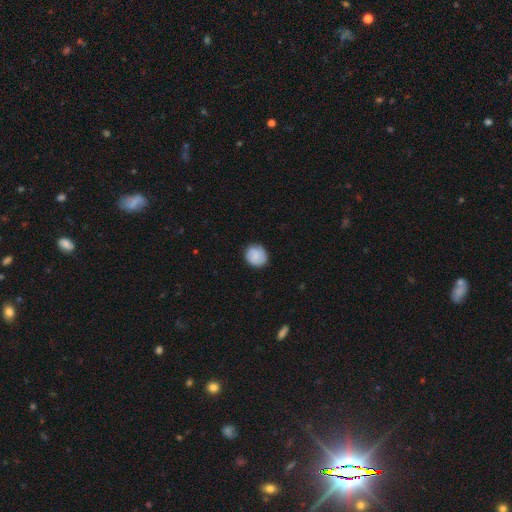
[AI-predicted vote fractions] Overall: smooth (80%). How rounded: round (88%). Merging: none (85%).